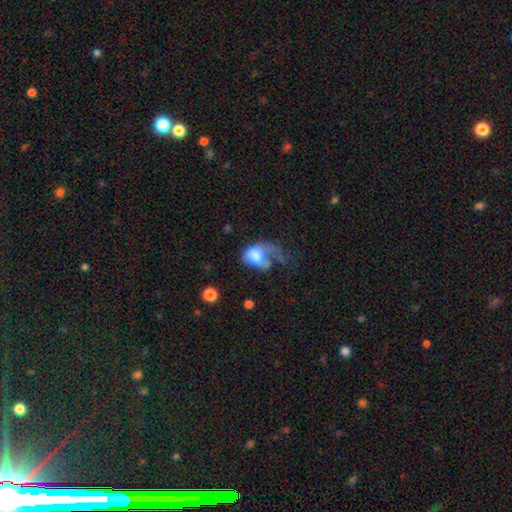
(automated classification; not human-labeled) Q: Smooth or featured?
A: smooth (61%); runner-up: featured or disk (31%)
Q: How rounded?
A: in between (74%); runner-up: round (24%)
Q: Merging?
A: major disturbance (65%); runner-up: minor disturbance (14%)